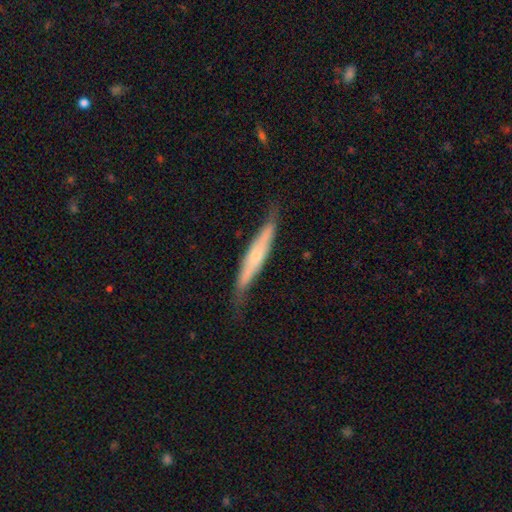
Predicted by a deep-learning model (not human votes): Smooth or featured: featured or disk — 52% (smooth — 42%)
Edge-on disk: yes — 83% (no — 17%)
Merging: none — 73% (minor disturbance — 21%)